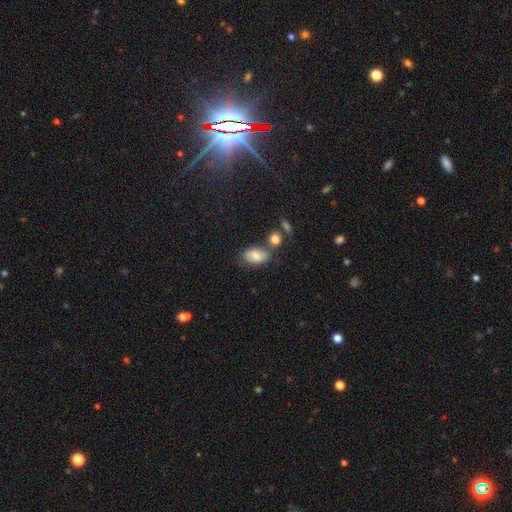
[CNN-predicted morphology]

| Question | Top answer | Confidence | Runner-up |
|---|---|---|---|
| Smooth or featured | smooth | 77% | featured or disk (14%) |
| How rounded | in between | 88% | round (10%) |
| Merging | none | 56% | minor disturbance (19%) |